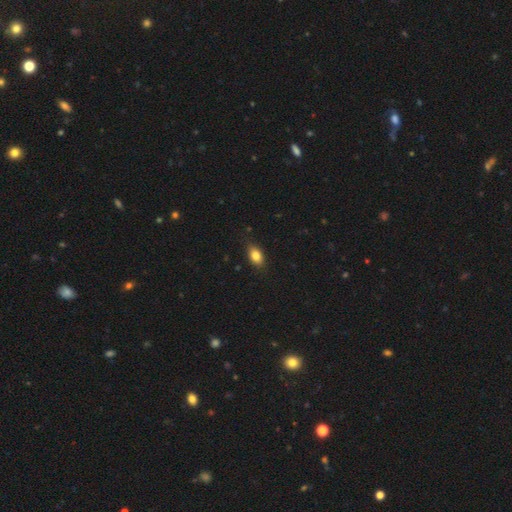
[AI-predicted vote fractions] Smooth or featured?
  - smooth: 84% *
  - star or artifact: 8%
  - featured or disk: 7%
How rounded?
  - in between: 86% *
  - round: 10%
  - cigar-shaped: 3%
Merging?
  - none: 83% *
  - minor disturbance: 13%
  - major disturbance: 3%
  - merger: 1%